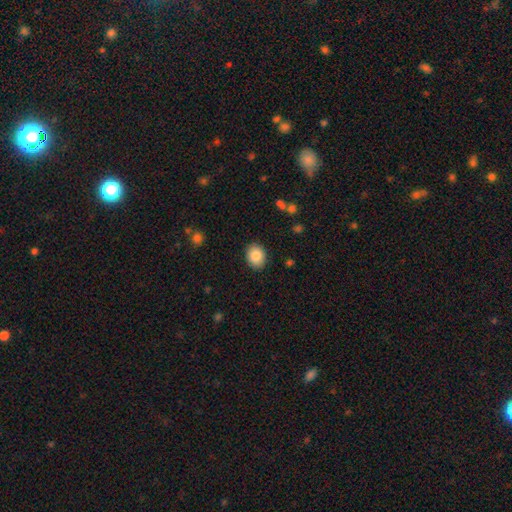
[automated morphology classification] Q: Smooth or featured?
A: smooth (85%); runner-up: star or artifact (8%)
Q: How rounded?
A: in between (53%); runner-up: round (46%)
Q: Merging?
A: none (89%); runner-up: minor disturbance (8%)